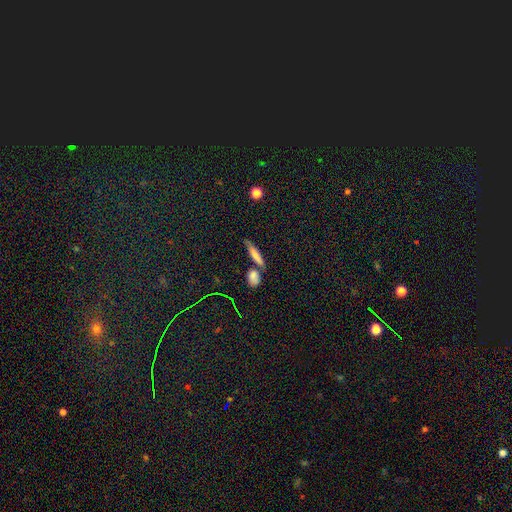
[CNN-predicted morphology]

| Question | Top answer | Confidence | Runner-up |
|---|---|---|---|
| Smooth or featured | smooth | 63% | featured or disk (25%) |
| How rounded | cigar-shaped | 78% | in between (17%) |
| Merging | none | 67% | merger (16%) |